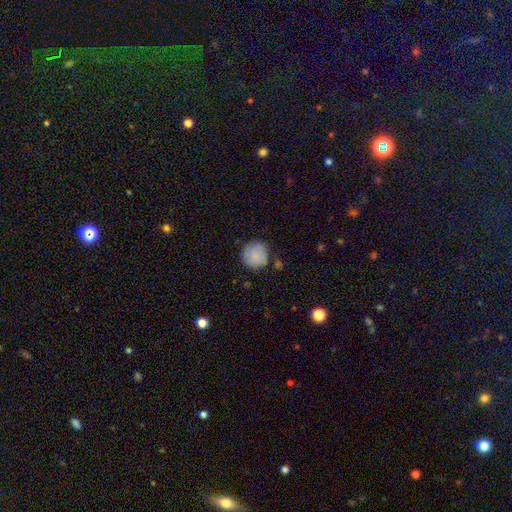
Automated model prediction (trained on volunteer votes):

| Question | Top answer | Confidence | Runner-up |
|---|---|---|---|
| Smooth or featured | smooth | 81% | featured or disk (11%) |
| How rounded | round | 91% | in between (8%) |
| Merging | none | 74% | minor disturbance (18%) |